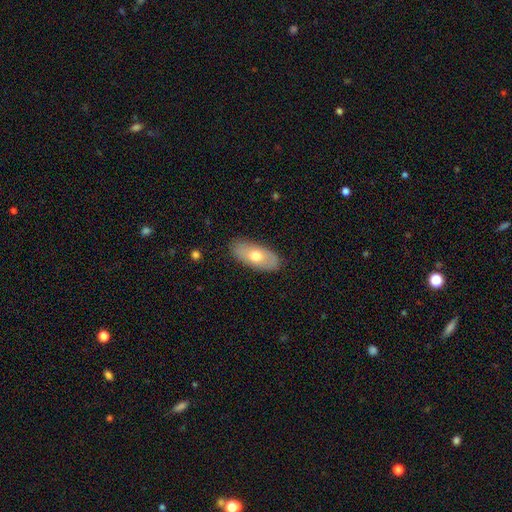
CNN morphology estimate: Smooth or featured? smooth (60%)
How rounded? in between (89%)
Merging? none (86%)